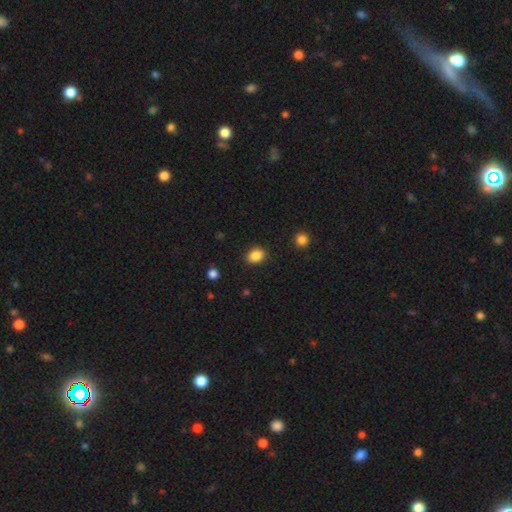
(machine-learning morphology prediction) smooth-or-featured: smooth: 86% | star or artifact: 10% | featured or disk: 4%
  how-rounded: in between: 55% | round: 44% | cigar-shaped: 1%
  merging: none: 88% | minor disturbance: 8% | major disturbance: 2% | merger: 1%